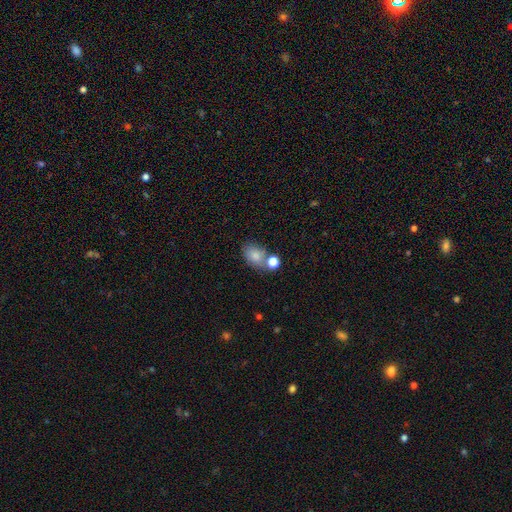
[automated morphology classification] Overall: smooth (80%). How rounded: in between (76%). Merging: none (54%; merger 23%).